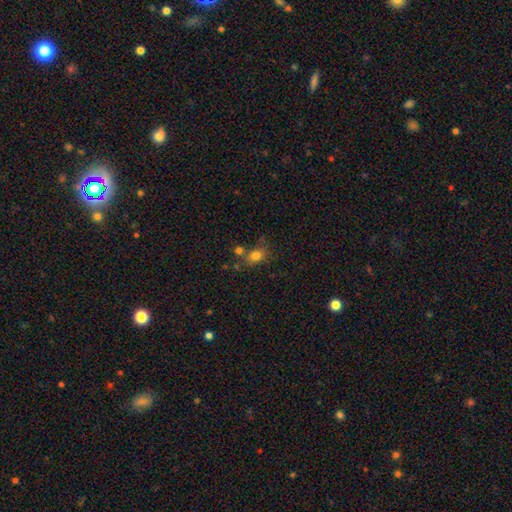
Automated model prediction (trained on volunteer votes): Q: Smooth or featured?
A: smooth (77%); runner-up: star or artifact (13%)
Q: How rounded?
A: in between (50%); runner-up: round (49%)
Q: Merging?
A: none (58%); runner-up: merger (20%)